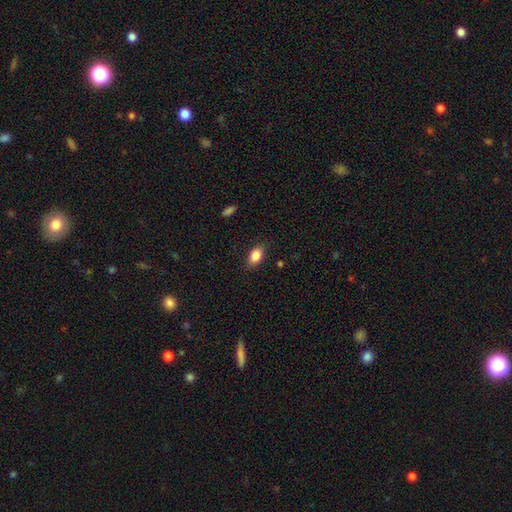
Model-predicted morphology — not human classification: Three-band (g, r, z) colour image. It shows a smooth galaxy with no disk features (85%) that is in between round and cigar-shaped (87%). Merging: none (84%).